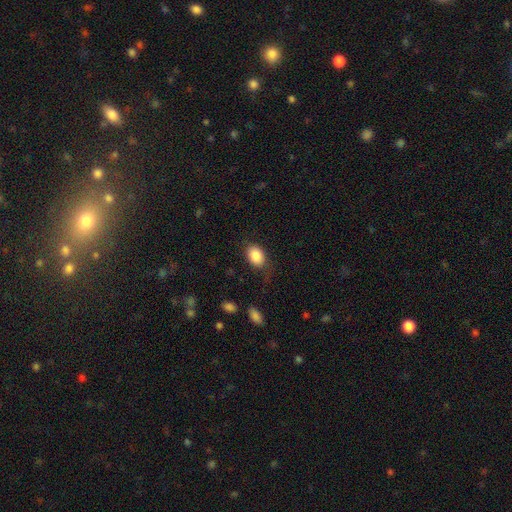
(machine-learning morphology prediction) A smooth galaxy with no disk features (86%) that is in between round and cigar-shaped (80%).

Vote fractions:
- Smooth or featured? smooth: 86% / star or artifact: 7% / featured or disk: 6%
- How rounded? in between: 80% / round: 19% / cigar-shaped: 1%
- Merging? none: 76% / minor disturbance: 17% / major disturbance: 6% / merger: 2%